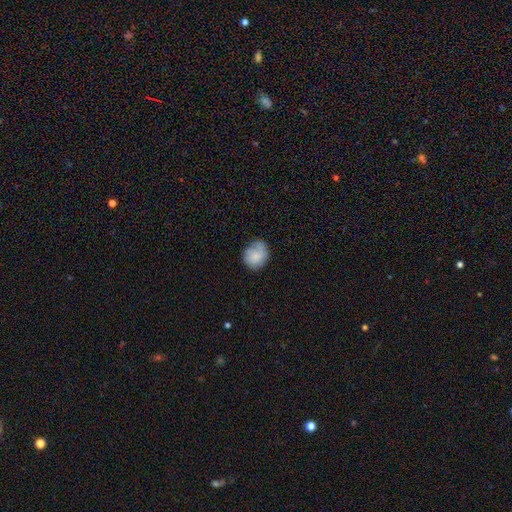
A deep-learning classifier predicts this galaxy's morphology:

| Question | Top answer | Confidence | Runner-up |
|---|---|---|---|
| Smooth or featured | smooth | 80% | featured or disk (12%) |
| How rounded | round | 61% | in between (38%) |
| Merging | none | 65% | minor disturbance (26%) |